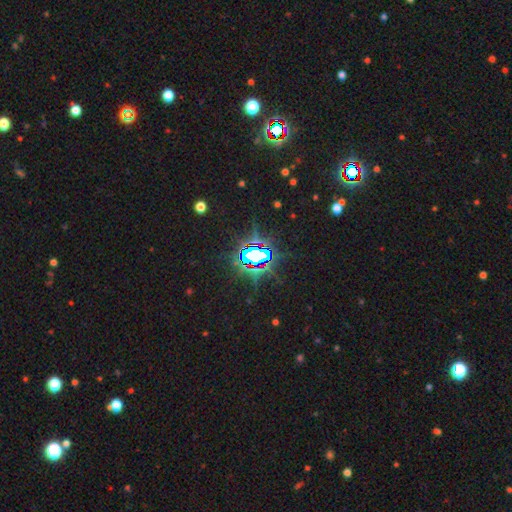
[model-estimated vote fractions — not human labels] Smooth or featured: star or artifact — 81% (smooth — 10%)